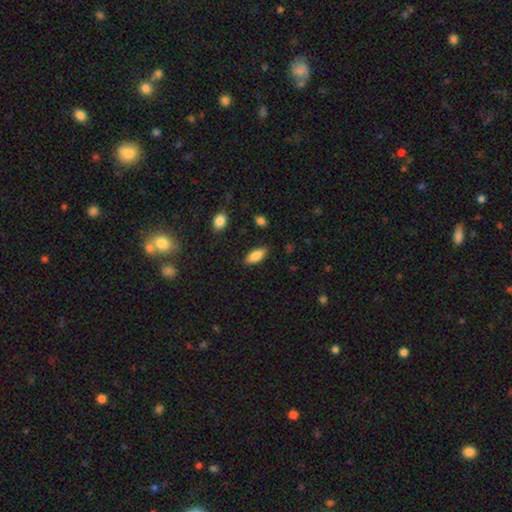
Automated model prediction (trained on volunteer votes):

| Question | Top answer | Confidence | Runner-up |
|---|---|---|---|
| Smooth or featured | smooth | 84% | featured or disk (9%) |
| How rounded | in between | 78% | cigar-shaped (20%) |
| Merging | none | 85% | minor disturbance (11%) |